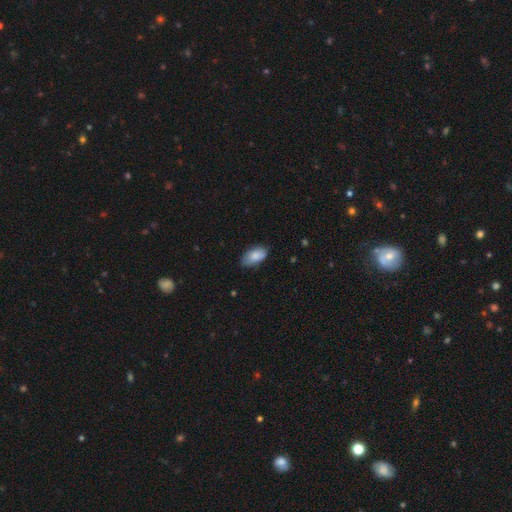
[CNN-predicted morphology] smooth_or_featured: smooth (p=0.83) [alt: featured or disk p=0.11]
how_rounded: in between (p=0.94) [alt: round p=0.03]
merging: none (p=0.73) [alt: minor disturbance p=0.22]